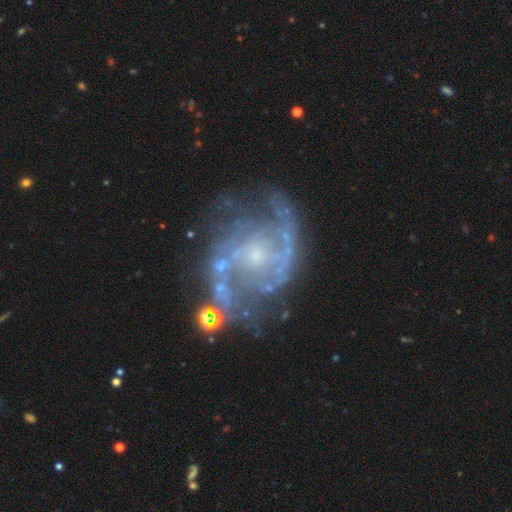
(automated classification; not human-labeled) smooth-or-featured: featured or disk: 88% | star or artifact: 7% | smooth: 5%
  disk-edge-on: no: 98% | yes: 2%
    bar: no: 64% | weak: 29% | strong: 7%
    has-spiral-arms: yes: 94% | no: 6%
      spiral-winding: medium: 49% | tight: 32% | loose: 19%
      spiral-arm-count: 2: 59% | can't tell: 17% | 3: 11% | 1: 5% | 4: 5% | more than 4: 4%
    bulge-size: small: 70% | moderate: 19% | none: 8% | large: 1% | dominant: 1%
  merging: none: 55% | minor disturbance: 20% | major disturbance: 17% | merger: 8%